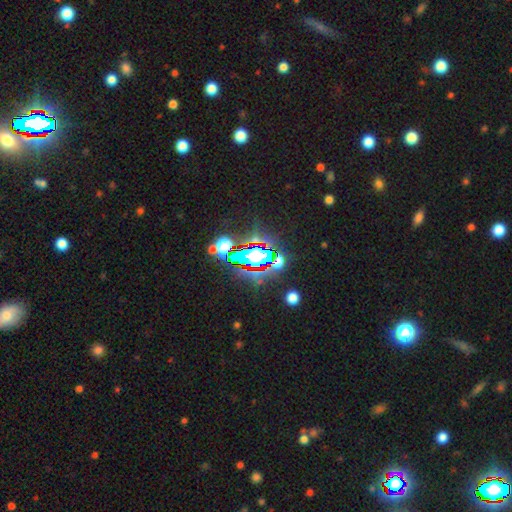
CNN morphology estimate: Overall: star or artifact (67%).